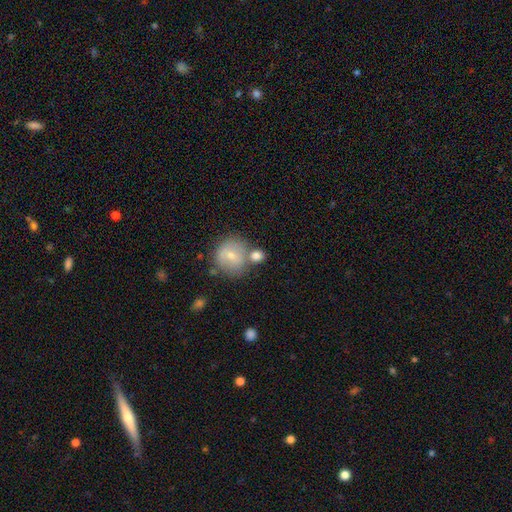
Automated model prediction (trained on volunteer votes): Smooth or featured? Predicted: smooth (p=0.76). How rounded? Predicted: round (p=0.77). Merging? Predicted: none (p=0.53).